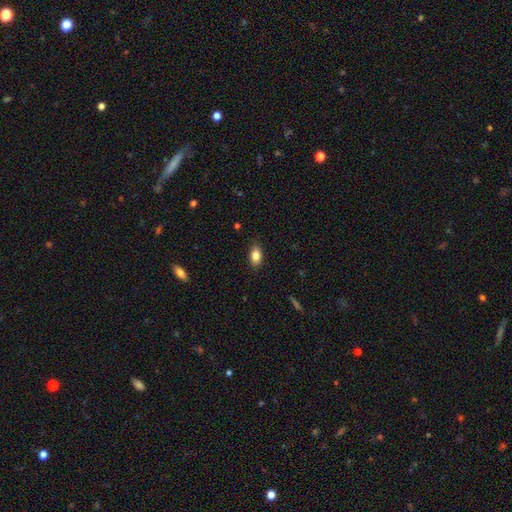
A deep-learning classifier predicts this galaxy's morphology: smooth 84%, star or artifact 8%, featured or disk 8%. Down the decision tree: how rounded — in between (90%); merging — none (86%).